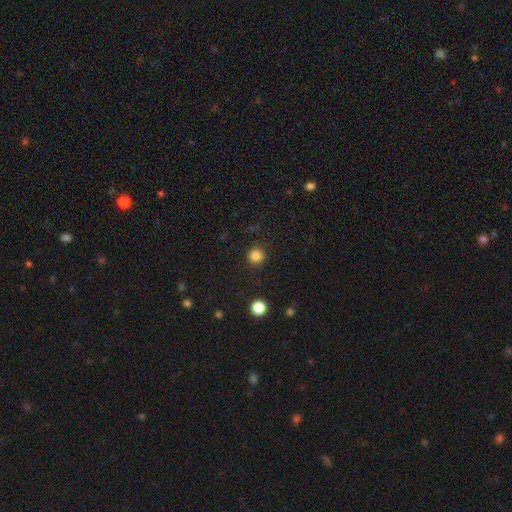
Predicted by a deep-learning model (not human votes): This is clearly a smooth galaxy (84%). How rounded: clearly round (94%). Merging: clearly none (89%).